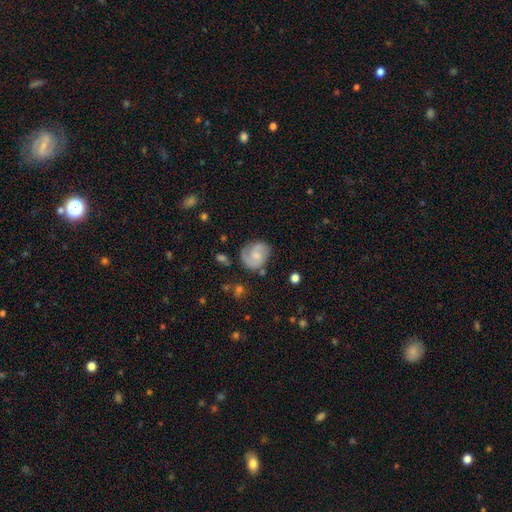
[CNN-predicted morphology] smooth_or_featured: featured or disk (p=0.63) [alt: smooth p=0.31]
disk_edge_on: no (p=0.98) [alt: yes p=0.02]
bar: no (p=0.62) [alt: weak p=0.34]
has_spiral_arms: yes (p=0.90) [alt: no p=0.10]
spiral_winding: medium (p=0.43) [alt: tight p=0.39]
spiral_arm_count: 2 (p=0.64) [alt: can't tell p=0.14]
bulge_size: small (p=0.50) [alt: moderate p=0.36]
merging: none (p=0.66) [alt: minor disturbance p=0.22]